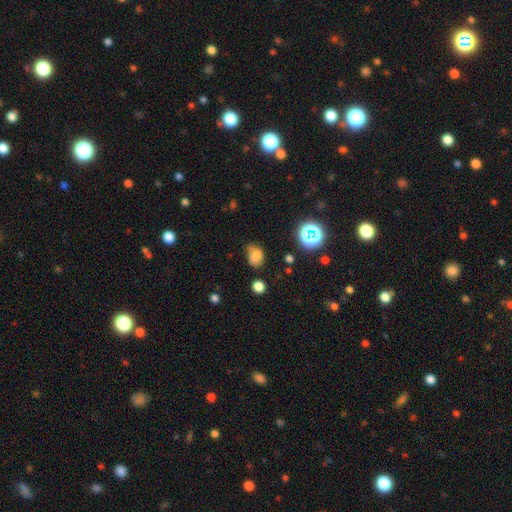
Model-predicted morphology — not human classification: Smooth or featured? smooth (75%)
How rounded? in between (67%)
Merging? none (49%)